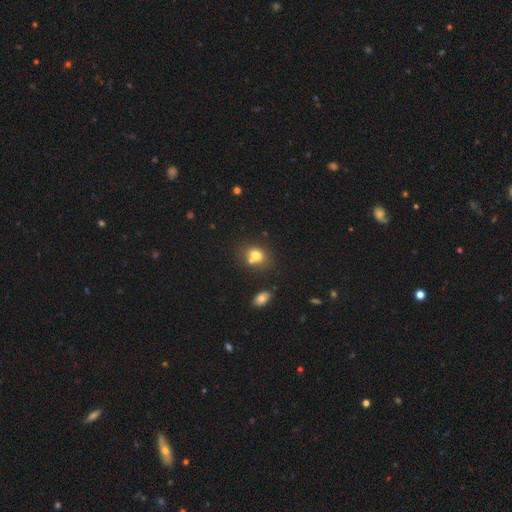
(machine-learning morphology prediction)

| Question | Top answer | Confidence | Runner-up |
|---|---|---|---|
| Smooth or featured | smooth | 74% | featured or disk (13%) |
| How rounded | round | 59% | in between (40%) |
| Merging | none | 51% | merger (34%) |